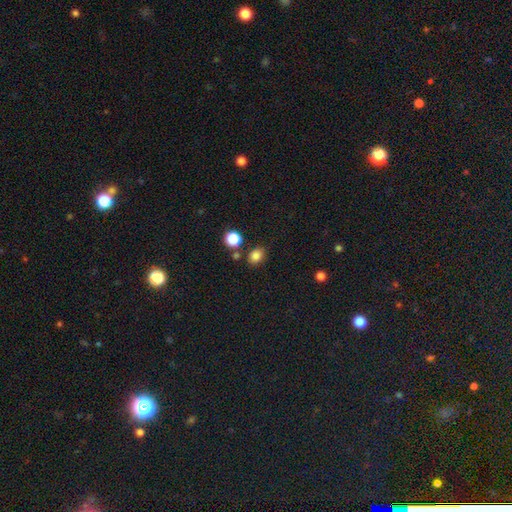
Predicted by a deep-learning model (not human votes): smooth_or_featured: smooth (p=0.83) [alt: star or artifact p=0.13]
how_rounded: round (p=0.52) [alt: in between p=0.47]
merging: none (p=0.77) [alt: minor disturbance p=0.11]